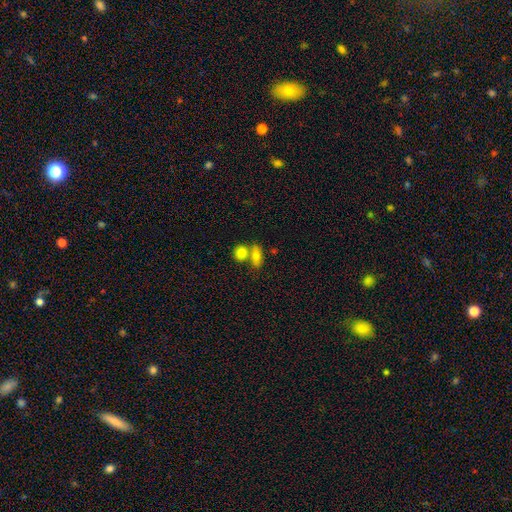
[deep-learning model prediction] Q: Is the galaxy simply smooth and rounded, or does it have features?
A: smooth — 76%.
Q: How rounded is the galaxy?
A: in between — 73%.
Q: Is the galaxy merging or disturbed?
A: merger — 45%.